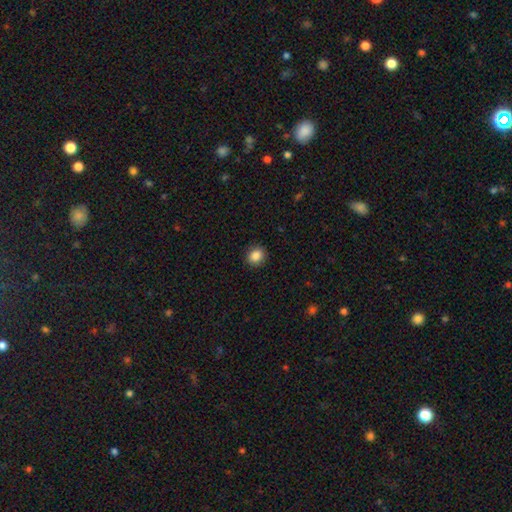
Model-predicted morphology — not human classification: This appears to be a smooth galaxy with no disk features (87%) that is round (73%). Merging: none (91%).